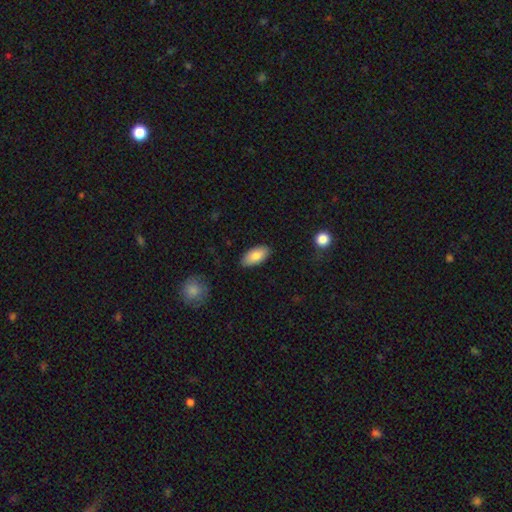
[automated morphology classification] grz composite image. It shows a smooth galaxy with no disk features (82%) that is in between round and cigar-shaped (92%). Merging: none (86%).